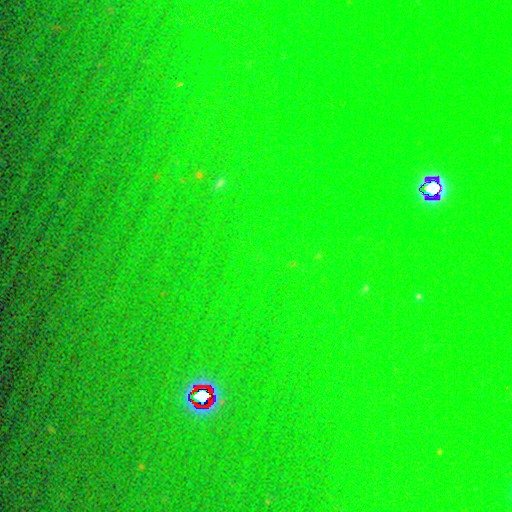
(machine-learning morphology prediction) Smooth or featured: star or artifact — 79% (smooth — 12%)